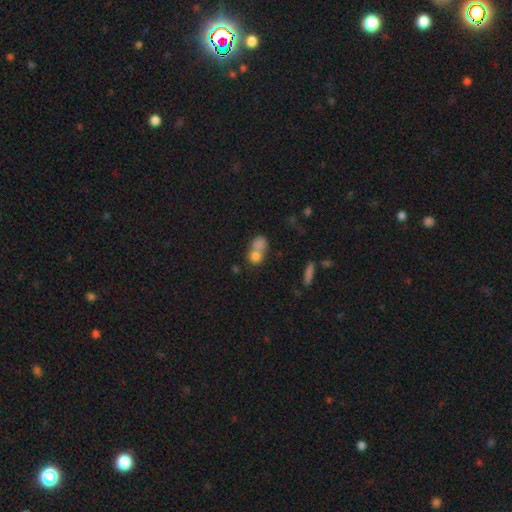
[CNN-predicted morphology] This appears to be a smooth galaxy with no disk features (77%) that is round (64%). Merging: merger (63%).